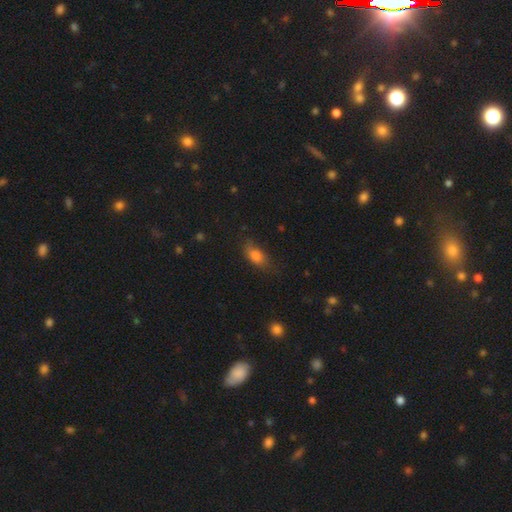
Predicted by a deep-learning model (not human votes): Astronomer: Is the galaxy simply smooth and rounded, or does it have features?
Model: smooth — 79%.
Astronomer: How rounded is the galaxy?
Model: in between — 84%.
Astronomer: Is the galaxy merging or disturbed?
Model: none — 63%.